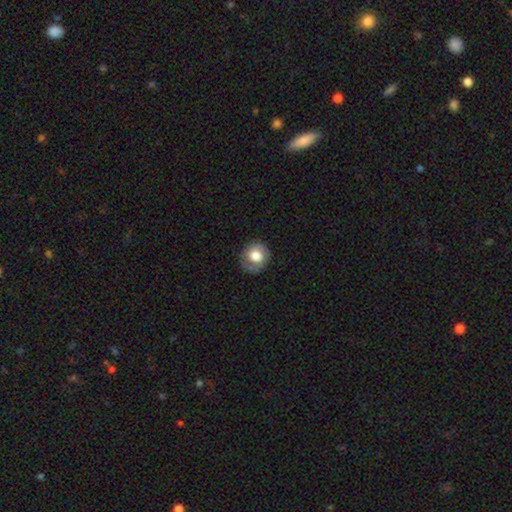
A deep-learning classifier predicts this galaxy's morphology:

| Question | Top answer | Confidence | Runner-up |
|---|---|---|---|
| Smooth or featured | smooth | 63% | featured or disk (29%) |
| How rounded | round | 83% | in between (17%) |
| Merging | none | 76% | minor disturbance (16%) |